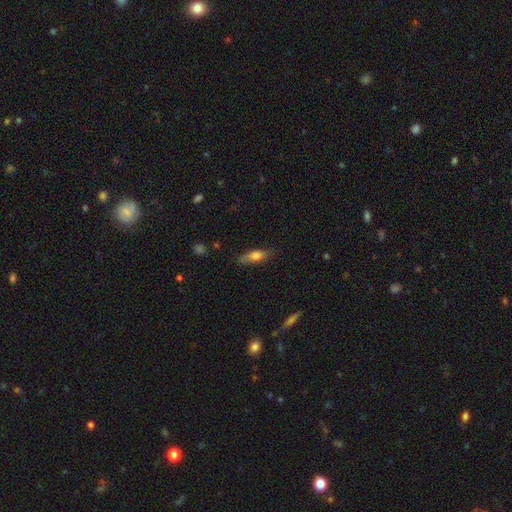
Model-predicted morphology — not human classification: Smooth or featured? Predicted: smooth (p=0.69). How rounded? Predicted: in between (p=0.58). Merging? Predicted: none (p=0.74).